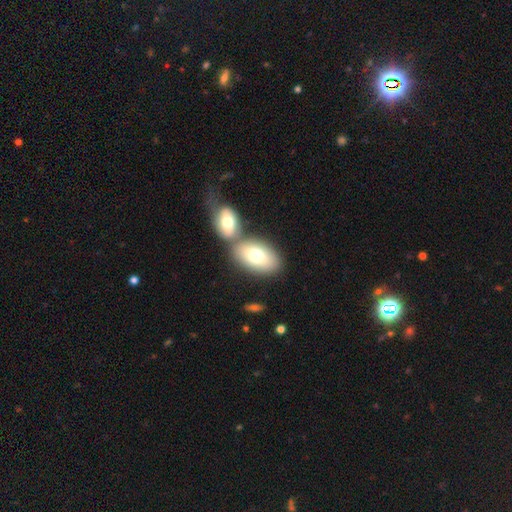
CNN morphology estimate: This appears to be a smooth galaxy with no disk features (73%) that is in between round and cigar-shaped (91%). Merging: none (49%).